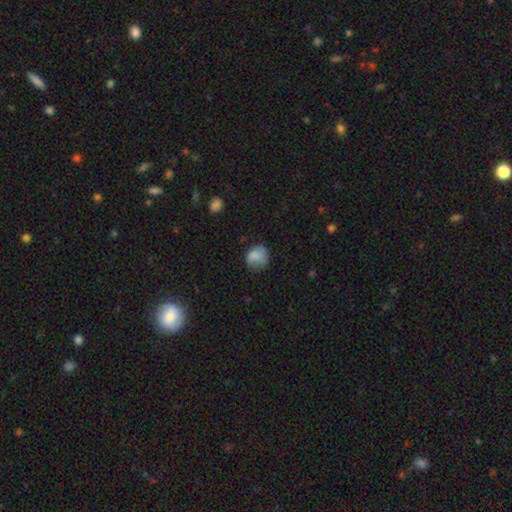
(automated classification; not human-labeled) A smooth galaxy with no disk features (84%) that is round (76%). Merging: none (65%).